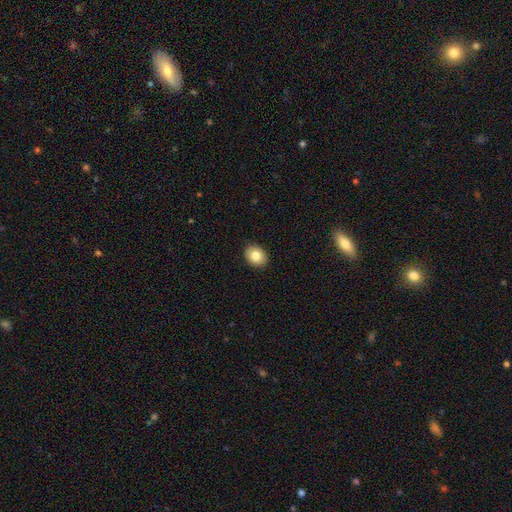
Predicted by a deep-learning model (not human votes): This is clearly a smooth galaxy (82%). How rounded: possibly in between (54%). Merging: clearly none (91%).